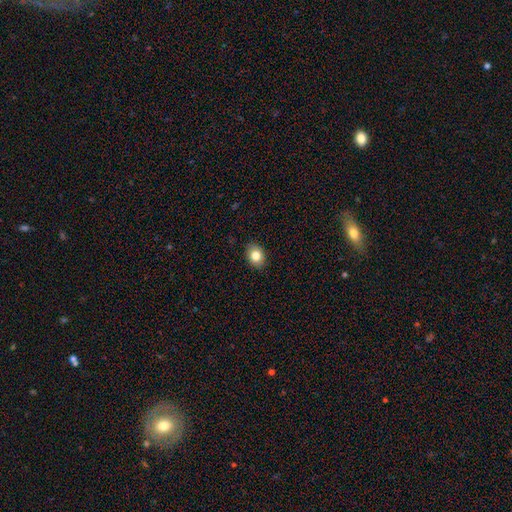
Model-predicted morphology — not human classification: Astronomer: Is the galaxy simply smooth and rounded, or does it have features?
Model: smooth — 82%.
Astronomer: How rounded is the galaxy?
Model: in between — 64%.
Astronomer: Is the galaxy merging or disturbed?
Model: none — 89%.